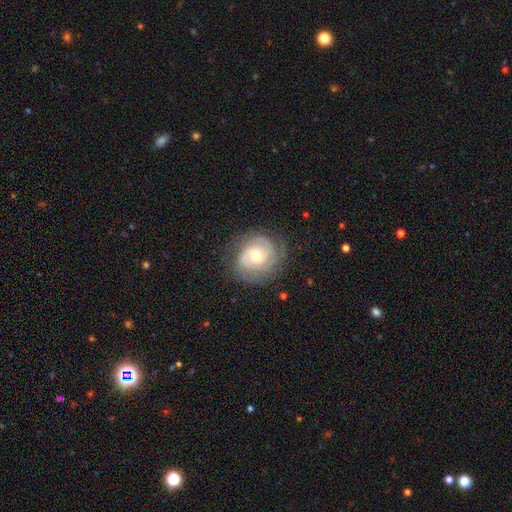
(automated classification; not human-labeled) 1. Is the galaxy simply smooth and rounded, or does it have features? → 84% featured or disk, 10% smooth, 6% star or artifact.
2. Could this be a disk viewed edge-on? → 98% no, 2% yes.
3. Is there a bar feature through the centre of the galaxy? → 66% no, 28% weak, 6% strong.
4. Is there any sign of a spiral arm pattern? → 96% yes, 4% no.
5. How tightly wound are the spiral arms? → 71% tight, 24% medium, 5% loose.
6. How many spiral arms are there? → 38% 2, 24% 3, 23% can't tell, 6% 4, 5% 1, 4% more than 4.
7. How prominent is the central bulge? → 61% moderate, 34% small, 3% large, 1% none, 1% dominant.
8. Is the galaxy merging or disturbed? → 77% none, 16% minor disturbance, 6% major disturbance, 1% merger.